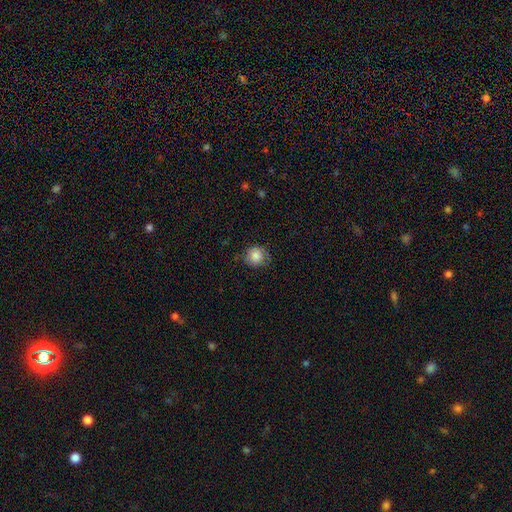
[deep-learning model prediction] Overall: smooth (83%). How rounded: round (87%). Merging: none (72%).